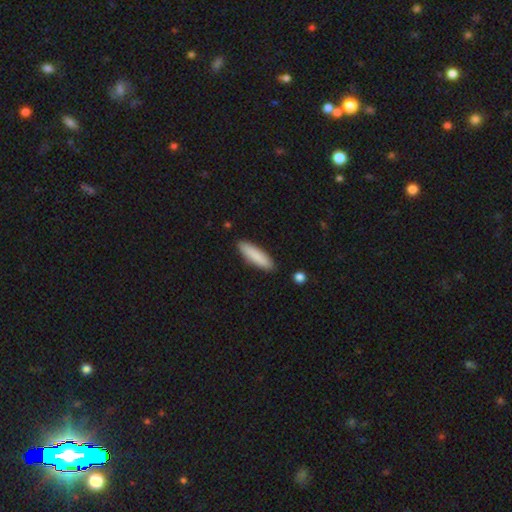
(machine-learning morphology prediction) The model was most divided on "how rounded": cigar-shaped: 69%, in between: 30%, round: 1%. More confident: merging — none (88%); smooth or featured — smooth (87%).